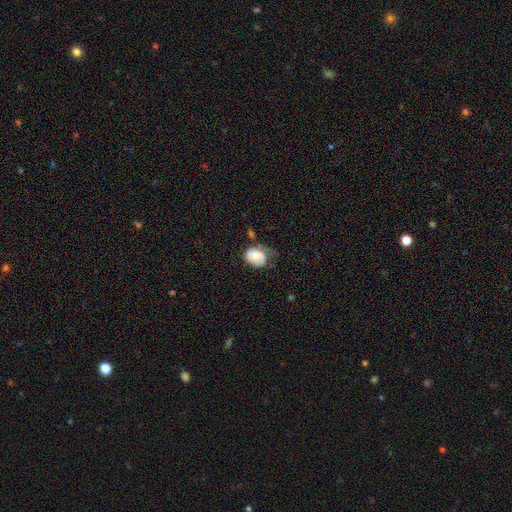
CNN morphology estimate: smooth_or_featured: smooth (p=0.65) [alt: featured or disk p=0.28]
how_rounded: in between (p=0.53) [alt: round p=0.46]
merging: none (p=0.39) [alt: minor disturbance p=0.38]